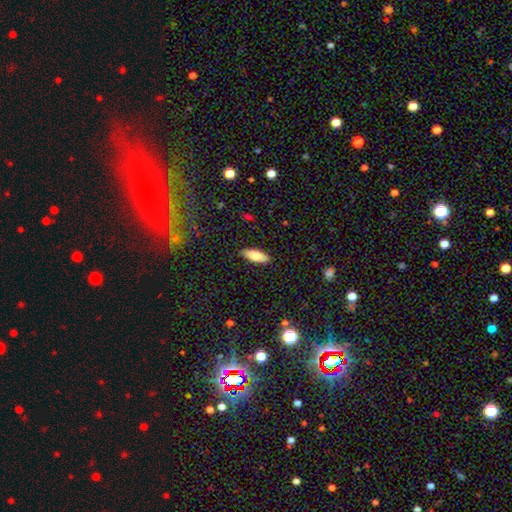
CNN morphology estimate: Q: Smooth or featured?
A: smooth (80%); runner-up: featured or disk (13%)
Q: How rounded?
A: in between (75%); runner-up: cigar-shaped (23%)
Q: Merging?
A: none (89%); runner-up: minor disturbance (9%)